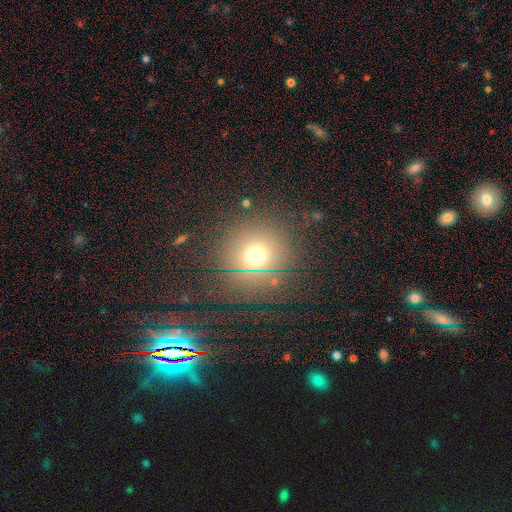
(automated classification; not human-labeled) The model was most divided on "smooth or featured": smooth: 64%, star or artifact: 24%, featured or disk: 12%. More confident: how rounded — round (91%); merging — none (82%).